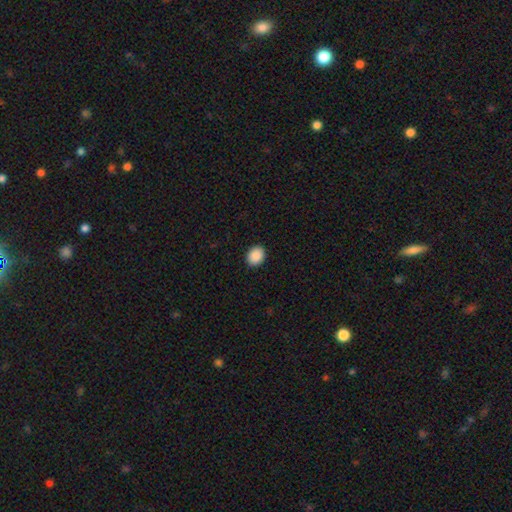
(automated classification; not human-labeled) This is clearly a smooth galaxy (90%). How rounded: possibly in between (50%). Merging: clearly none (91%).